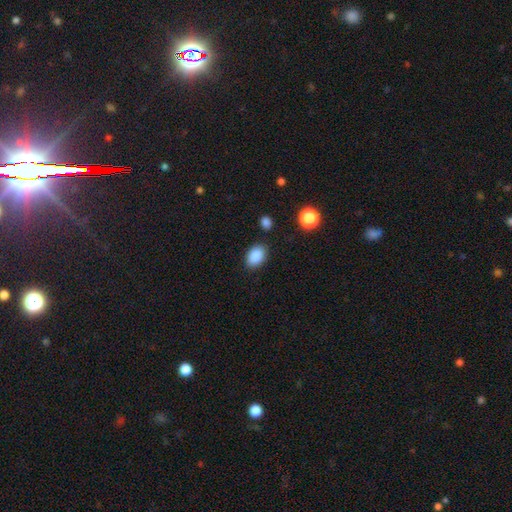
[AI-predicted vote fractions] Smooth or featured? Predicted: smooth (p=0.88). How rounded? Predicted: in between (p=0.85). Merging? Predicted: none (p=0.82).